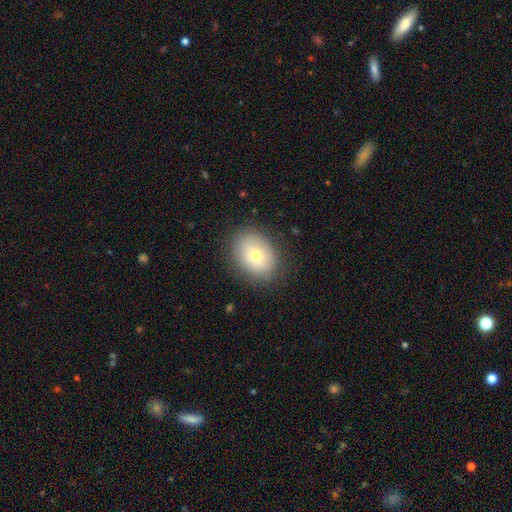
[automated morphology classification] This appears to be a smooth galaxy with no disk features (70%) that is in between round and cigar-shaped (58%). Merging: none (83%).